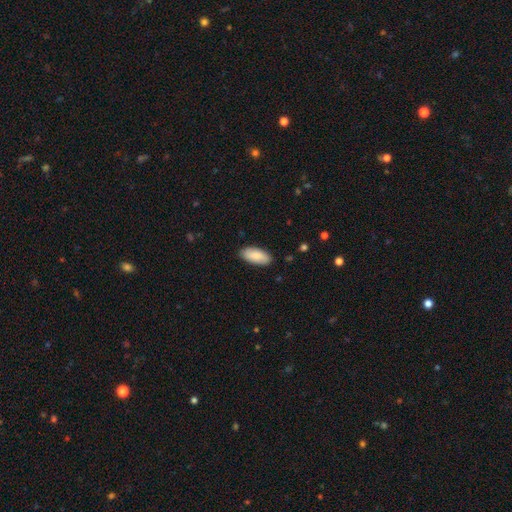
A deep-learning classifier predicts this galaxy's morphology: Smooth or featured? Predicted: smooth (p=0.87). How rounded? Predicted: in between (p=0.90). Merging? Predicted: none (p=0.88).